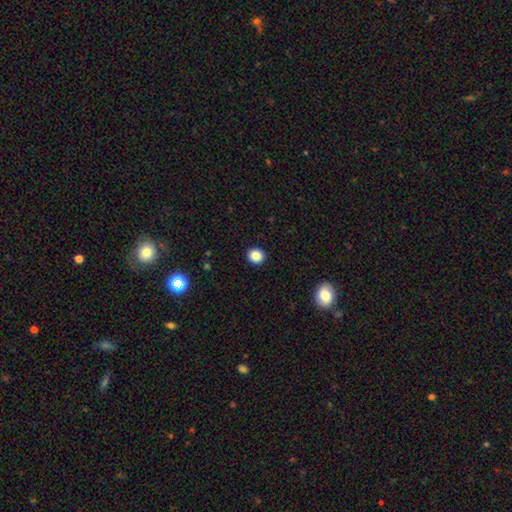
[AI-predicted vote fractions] smooth-or-featured: smooth: 86% | star or artifact: 11% | featured or disk: 4%
  how-rounded: round: 86% | in between: 13% | cigar-shaped: 1%
  merging: none: 92% | minor disturbance: 5% | major disturbance: 2% | merger: 1%